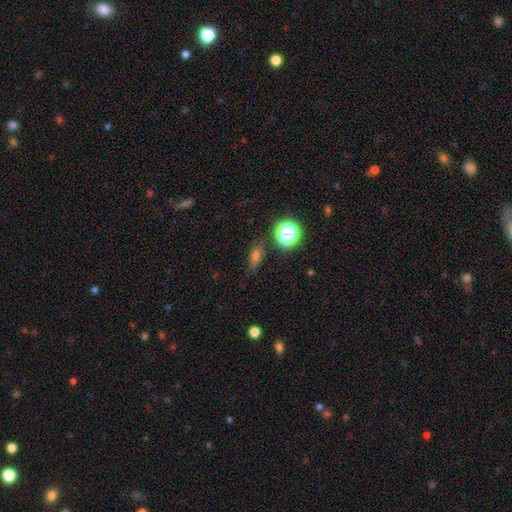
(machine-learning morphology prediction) Smooth or featured? smooth (59%)
How rounded? in between (56%)
Merging? none (80%)